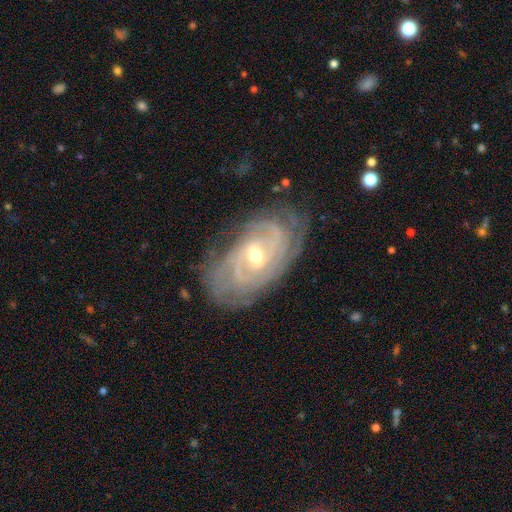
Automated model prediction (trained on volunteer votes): featured or disk 88%, smooth 6%, star or artifact 6%. Down the decision tree: edge-on disk — no (95%); bar — weak (46%); spiral arms — yes (97%); spiral arm count — can't tell (30%); spiral winding — tight (74%); bulge size — moderate (57%); merging — none (75%).